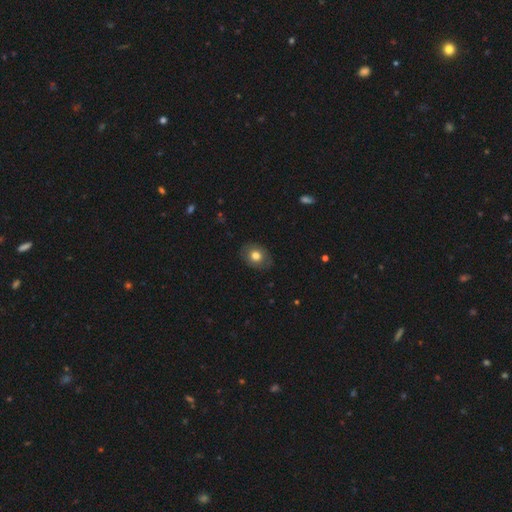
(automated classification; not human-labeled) Q: Smooth or featured?
A: smooth (77%); runner-up: featured or disk (14%)
Q: How rounded?
A: in between (52%); runner-up: round (47%)
Q: Merging?
A: none (84%); runner-up: minor disturbance (12%)